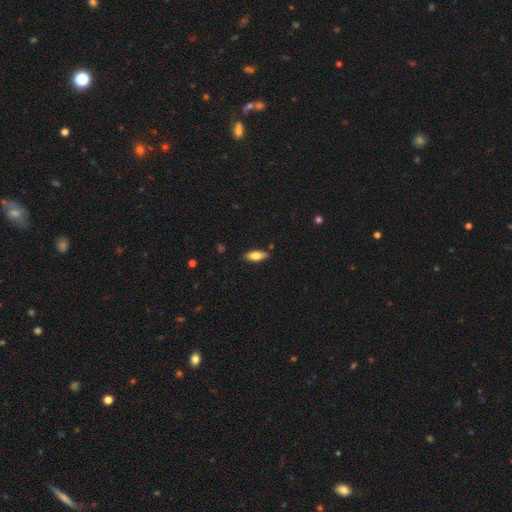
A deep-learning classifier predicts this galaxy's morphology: Smooth or featured? smooth (73%)
How rounded? in between (77%)
Merging? none (86%)